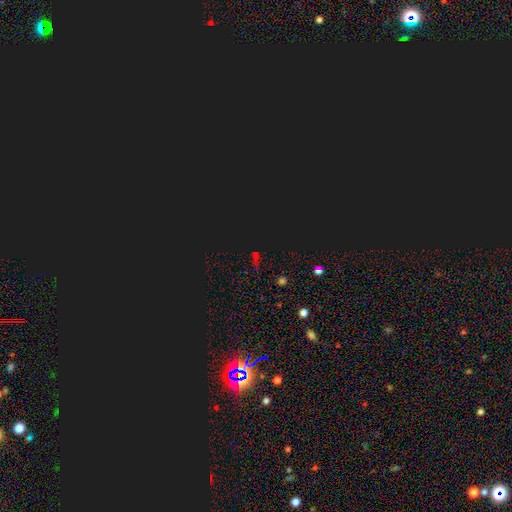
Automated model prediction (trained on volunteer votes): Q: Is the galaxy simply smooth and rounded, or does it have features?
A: star or artifact — 75%.